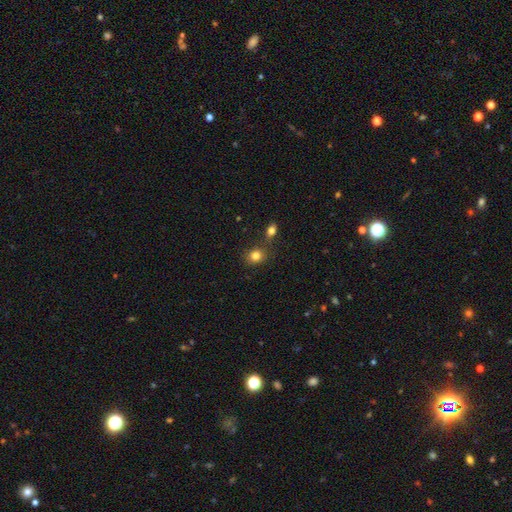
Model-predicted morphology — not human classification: Smooth or featured? smooth (82%)
How rounded? round (71%)
Merging? none (74%)